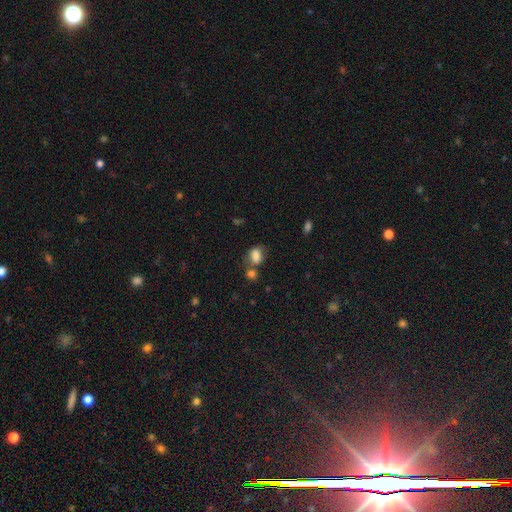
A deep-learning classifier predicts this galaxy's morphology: smooth-or-featured: smooth: 81% | star or artifact: 11% | featured or disk: 8%
  how-rounded: in between: 69% | round: 29% | cigar-shaped: 1%
  merging: none: 47% | merger: 28% | minor disturbance: 18% | major disturbance: 7%